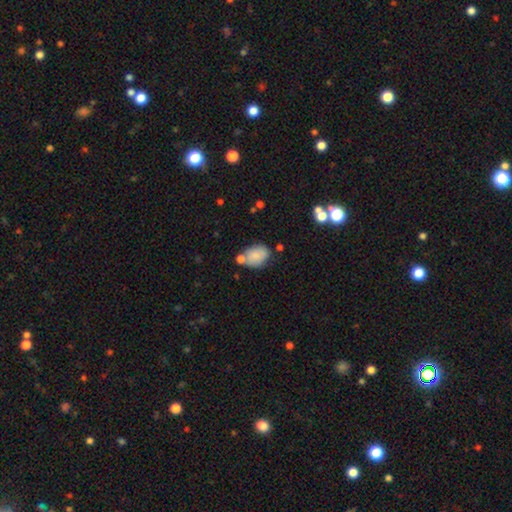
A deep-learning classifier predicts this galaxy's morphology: Smooth or featured: smooth — 82% (featured or disk — 11%)
How rounded: in between — 73% (round — 26%)
Merging: none — 55% (minor disturbance — 20%)